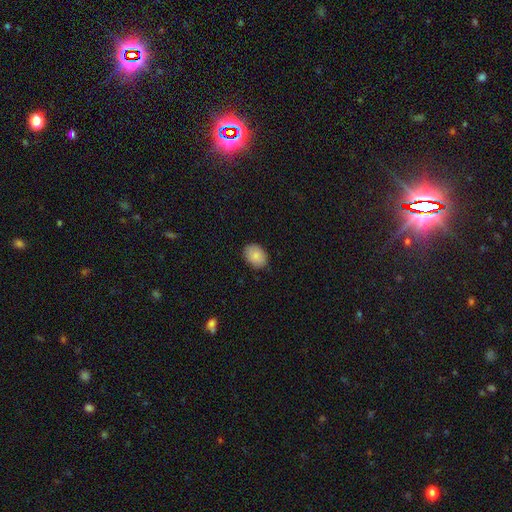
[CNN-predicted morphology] A smooth galaxy with no disk features (87%) that is in between round and cigar-shaped (73%). Merging: none (87%).